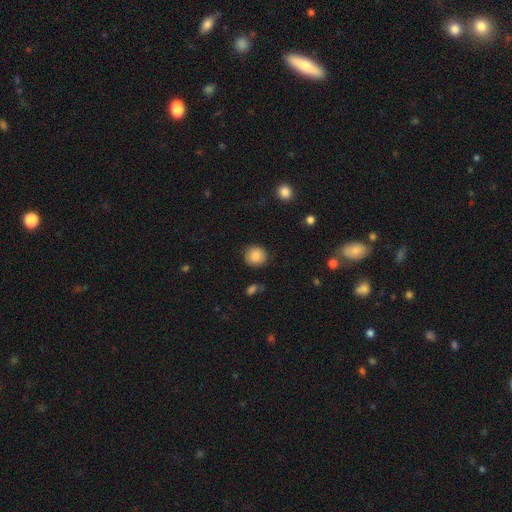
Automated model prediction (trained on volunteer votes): A smooth galaxy with no disk features (86%) that is round (89%). Merging: none (87%).